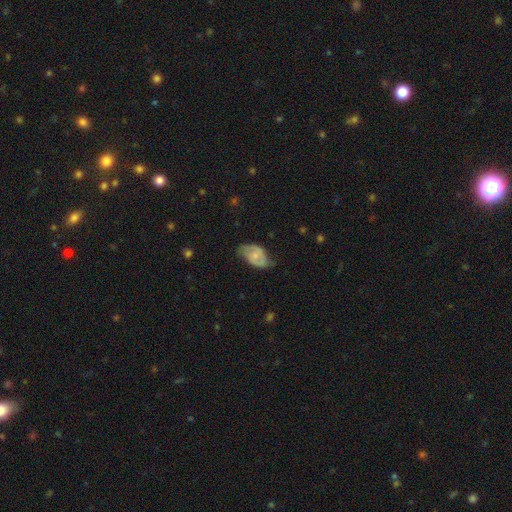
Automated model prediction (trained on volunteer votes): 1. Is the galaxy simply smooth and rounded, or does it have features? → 53% featured or disk, 40% smooth, 6% star or artifact.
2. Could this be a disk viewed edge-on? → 95% no, 5% yes.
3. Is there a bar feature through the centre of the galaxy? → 64% no, 30% weak, 6% strong.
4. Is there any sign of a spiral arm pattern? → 76% yes, 24% no.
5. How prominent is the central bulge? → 54% small, 37% moderate, 6% none, 2% large, 1% dominant.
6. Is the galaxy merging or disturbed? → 53% none, 34% minor disturbance, 12% major disturbance, 2% merger.